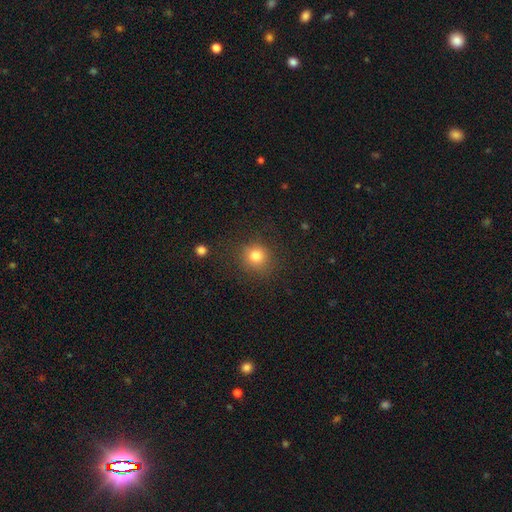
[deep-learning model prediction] Smooth or featured?
  - smooth: 80% *
  - star or artifact: 13%
  - featured or disk: 7%
How rounded?
  - round: 91% *
  - in between: 8%
  - cigar-shaped: 1%
Merging?
  - none: 84% *
  - minor disturbance: 10%
  - major disturbance: 4%
  - merger: 2%